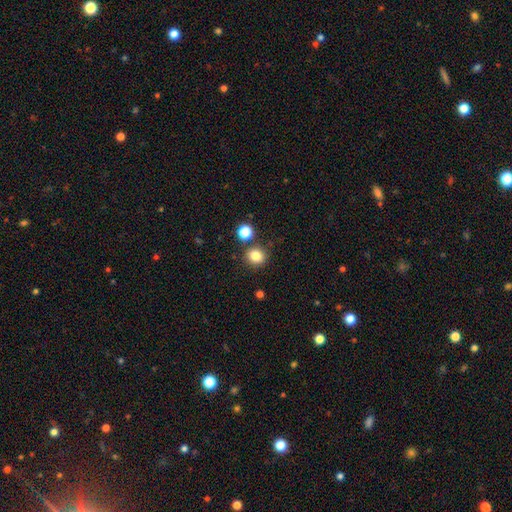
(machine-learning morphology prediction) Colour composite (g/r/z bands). It shows a smooth galaxy with no disk features (82%) that is round (86%). Merging: none (81%).